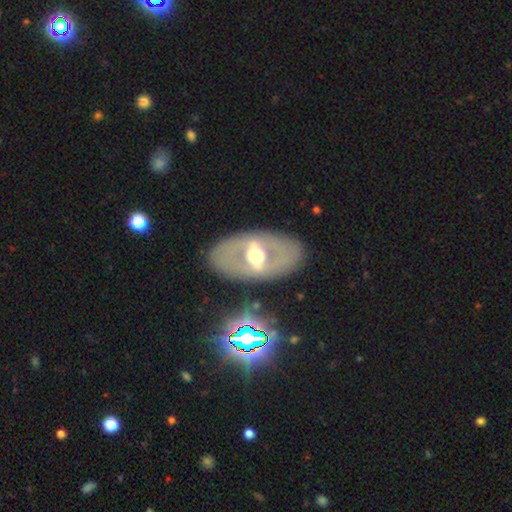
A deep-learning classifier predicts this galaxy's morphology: featured or disk 74%, smooth 20%, star or artifact 7%. Down the decision tree: edge-on disk — no (85%); bar — strong (65%); spiral arms — no (78%); bulge size — moderate (68%); merging — none (80%).